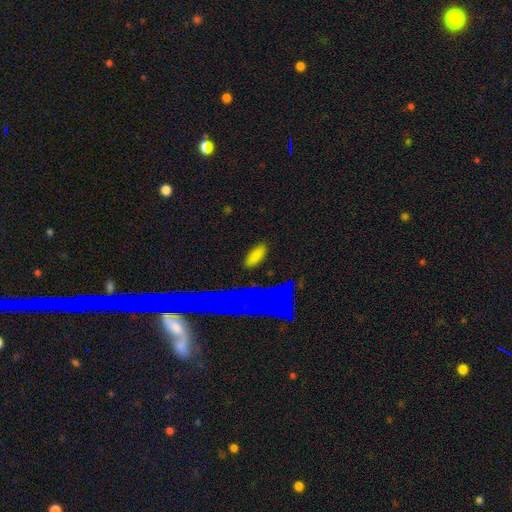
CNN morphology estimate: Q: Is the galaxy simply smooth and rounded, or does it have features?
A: smooth — 73%.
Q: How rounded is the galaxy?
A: in between — 72%.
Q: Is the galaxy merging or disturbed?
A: none — 85%.